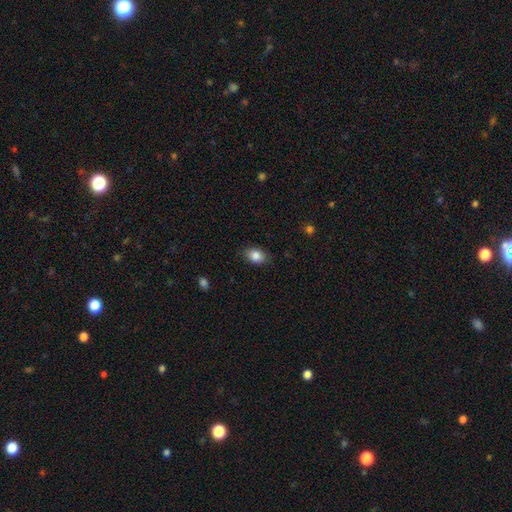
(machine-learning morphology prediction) smooth-or-featured: smooth: 86% | star or artifact: 8% | featured or disk: 6%
  how-rounded: in between: 78% | round: 20% | cigar-shaped: 1%
  merging: none: 83% | minor disturbance: 13% | major disturbance: 3% | merger: 1%